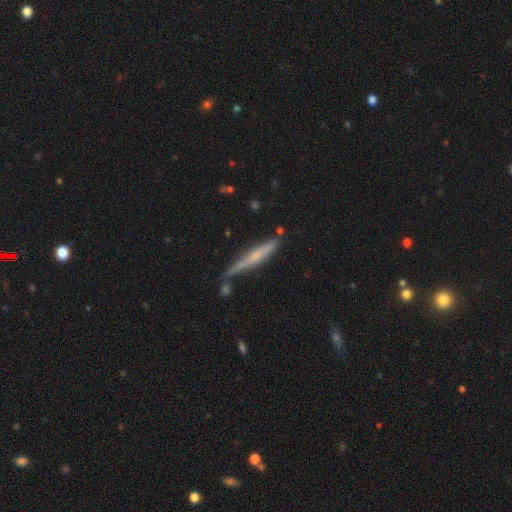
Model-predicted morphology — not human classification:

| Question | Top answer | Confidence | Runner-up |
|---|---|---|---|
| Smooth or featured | featured or disk | 51% | smooth (42%) |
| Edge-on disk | yes | 94% | no (6%) |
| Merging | none | 68% | minor disturbance (20%) |